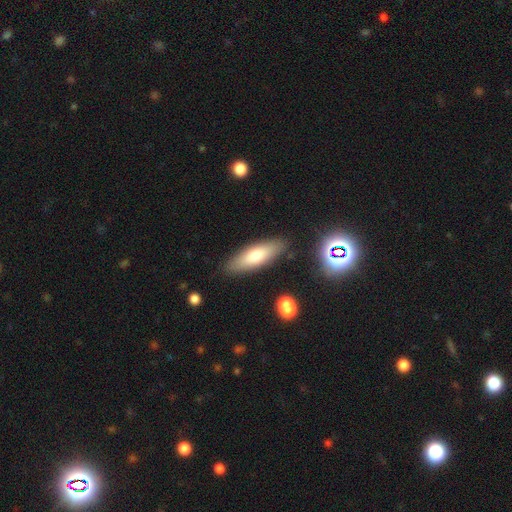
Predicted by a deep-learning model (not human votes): This appears to be a smooth galaxy with no disk features (67%) that is cigar-shaped (49%, tied with in between). Merging: none (86%).